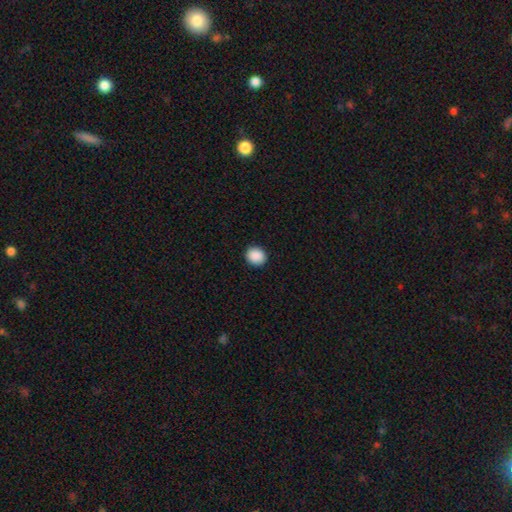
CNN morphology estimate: Smooth or featured: smooth — 90% (star or artifact — 8%)
How rounded: round — 78% (in between — 21%)
Merging: none — 91% (minor disturbance — 6%)